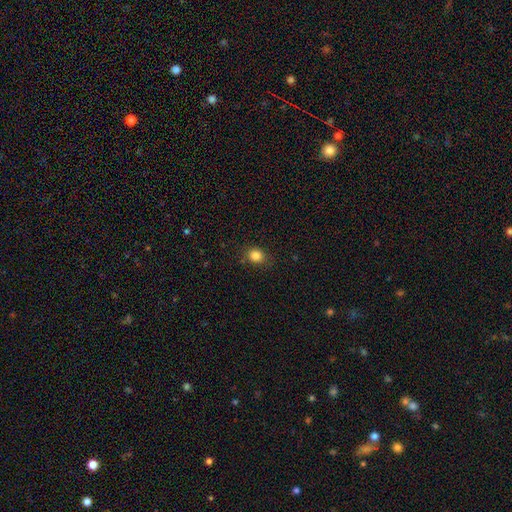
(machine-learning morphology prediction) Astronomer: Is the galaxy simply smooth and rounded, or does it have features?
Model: smooth — 83%.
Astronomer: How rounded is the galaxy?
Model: round — 65%.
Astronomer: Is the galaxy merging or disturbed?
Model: none — 83%.